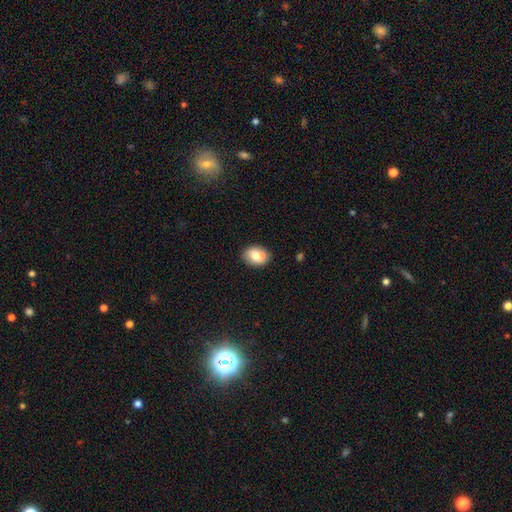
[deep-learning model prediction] Smooth or featured: smooth — 76% (featured or disk — 16%)
How rounded: in between — 63% (round — 35%)
Merging: none — 66% (merger — 15%)